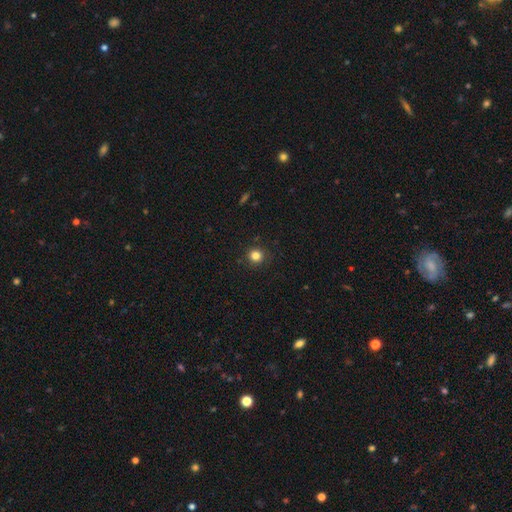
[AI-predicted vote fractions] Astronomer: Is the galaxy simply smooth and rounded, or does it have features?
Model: smooth — 82%.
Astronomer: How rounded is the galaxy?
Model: round — 93%.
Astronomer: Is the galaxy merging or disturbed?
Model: none — 91%.